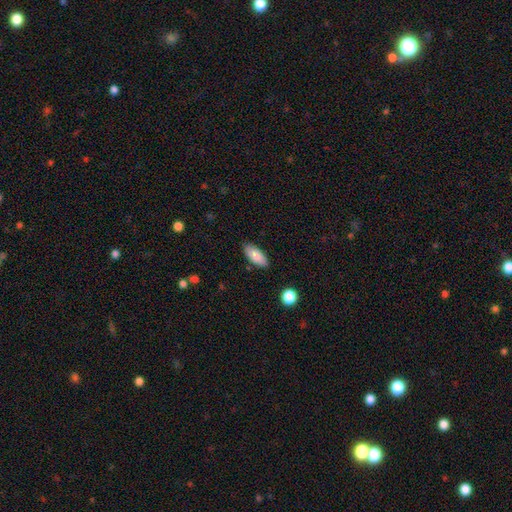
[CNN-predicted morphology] A smooth galaxy with no disk features (86%) that is in between round and cigar-shaped (86%). Merging: none (86%).